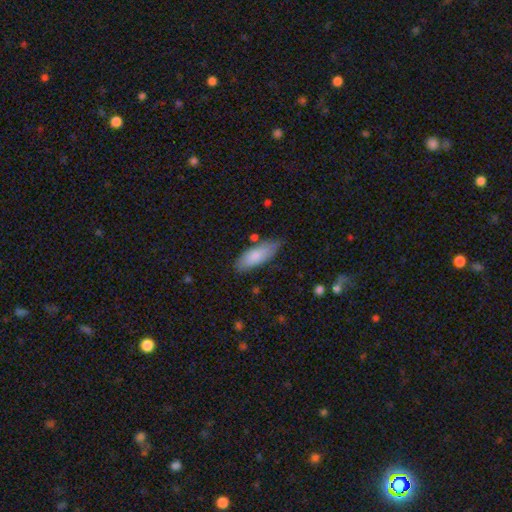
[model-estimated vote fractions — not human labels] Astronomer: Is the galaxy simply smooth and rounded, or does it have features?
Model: smooth — 81%.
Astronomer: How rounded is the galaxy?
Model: in between — 74%.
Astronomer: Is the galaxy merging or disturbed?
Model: none — 73%.